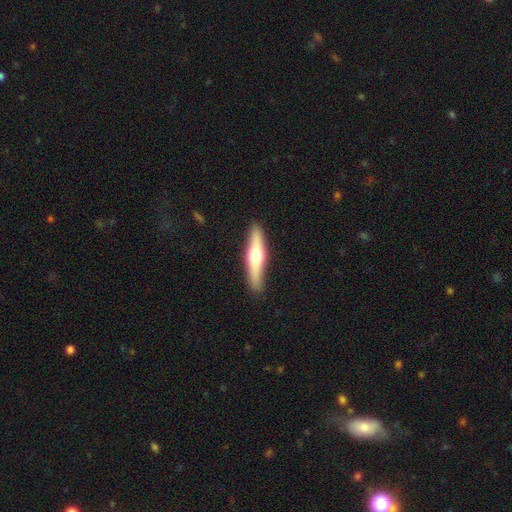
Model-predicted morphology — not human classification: type=featured or disk (51%); edge-on=yes (92%); merging=none (89%).